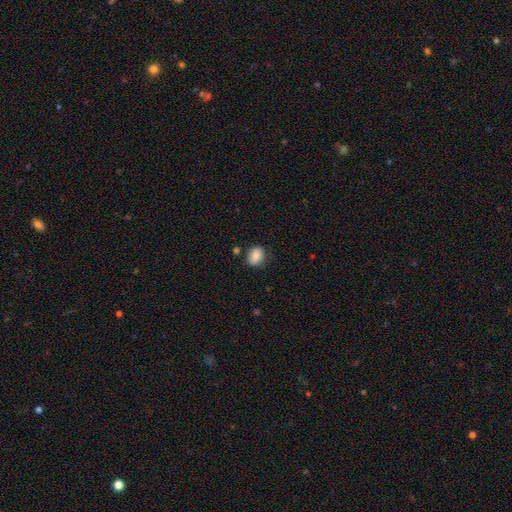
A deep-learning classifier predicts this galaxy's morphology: Smooth or featured?
  - smooth: 82% *
  - featured or disk: 10%
  - star or artifact: 9%
How rounded?
  - in between: 51% *
  - round: 48%
  - cigar-shaped: 1%
Merging?
  - none: 74% *
  - minor disturbance: 18%
  - merger: 5%
  - major disturbance: 4%